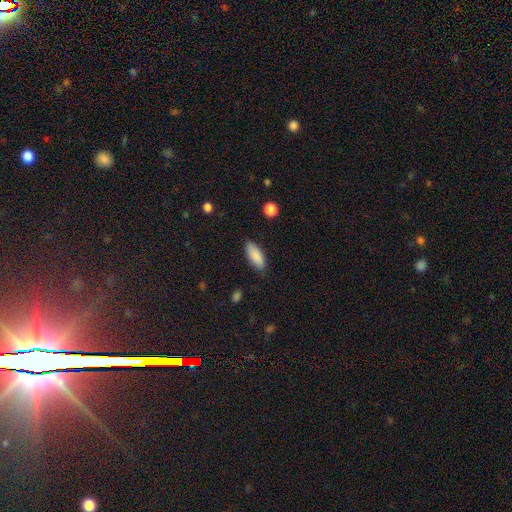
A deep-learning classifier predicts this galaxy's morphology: A smooth galaxy with no disk features (88%) that is in between round and cigar-shaped (82%).

Vote fractions:
- Smooth or featured? smooth: 88% / star or artifact: 6% / featured or disk: 6%
- How rounded? in between: 82% / cigar-shaped: 16% / round: 2%
- Merging? none: 85% / minor disturbance: 12% / major disturbance: 2% / merger: 1%